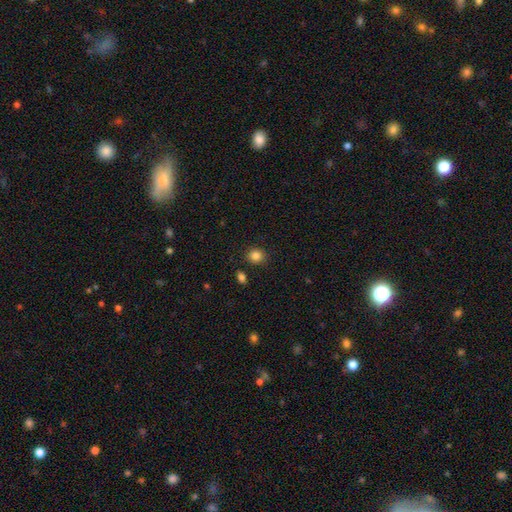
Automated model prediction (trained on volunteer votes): Smooth or featured? Predicted: smooth (p=0.85). How rounded? Predicted: round (p=0.82). Merging? Predicted: none (p=0.84).